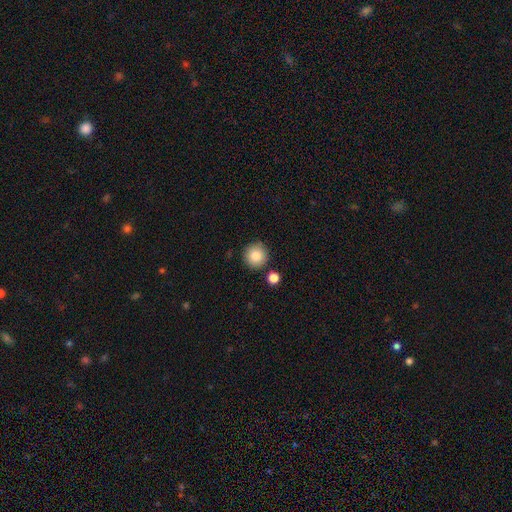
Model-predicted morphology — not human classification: Q: Smooth or featured?
A: smooth (83%); runner-up: star or artifact (9%)
Q: How rounded?
A: round (95%); runner-up: in between (4%)
Q: Merging?
A: none (86%); runner-up: minor disturbance (7%)